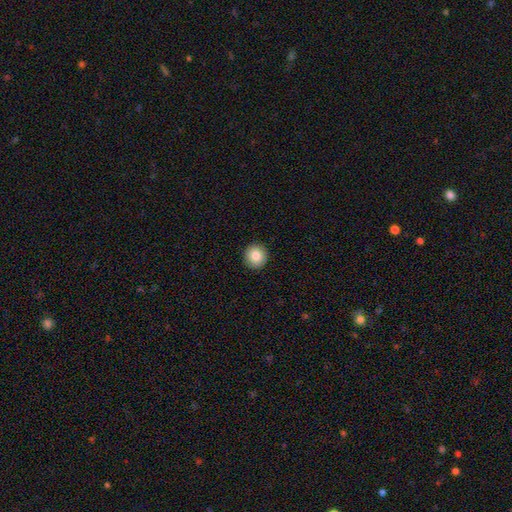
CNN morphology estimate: Overall: smooth (84%). How rounded: round (93%). Merging: none (93%).